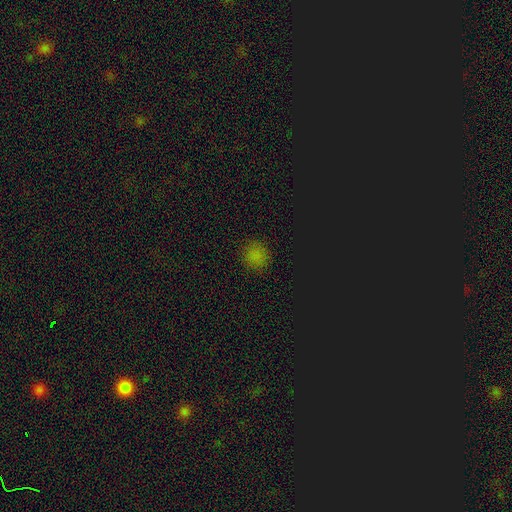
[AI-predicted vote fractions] Overall: smooth (75%). How rounded: round (89%). Merging: none (87%).